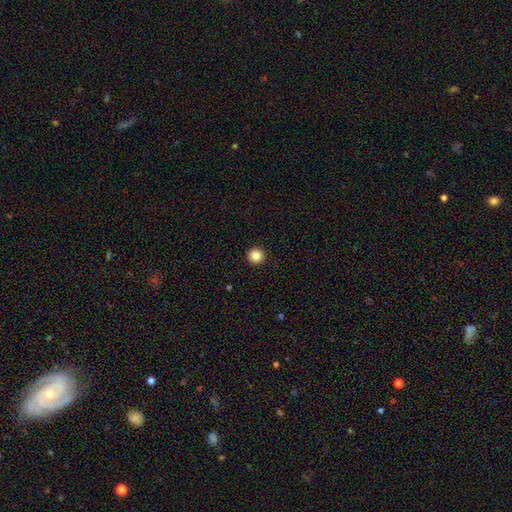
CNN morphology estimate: This is clearly a smooth galaxy (84%). How rounded: clearly round (96%). Merging: clearly none (94%).